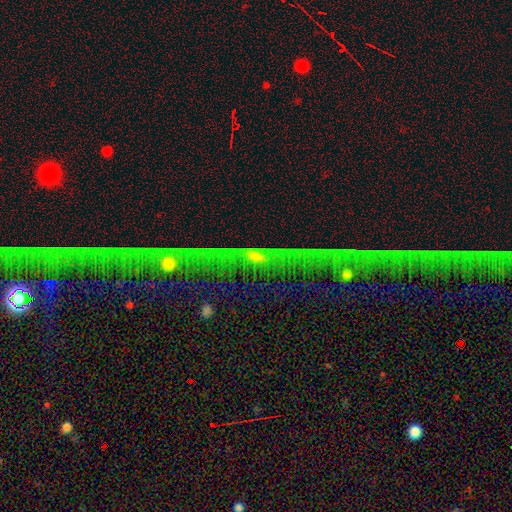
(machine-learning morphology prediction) Smooth or featured?
  - star or artifact: 72% *
  - featured or disk: 18%
  - smooth: 10%